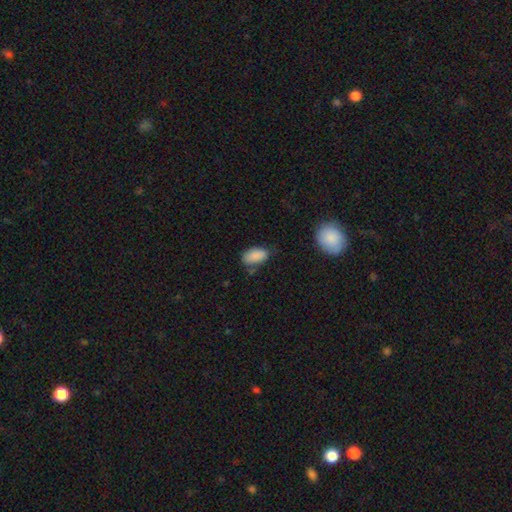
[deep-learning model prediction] Q: Smooth or featured?
A: smooth (88%); runner-up: star or artifact (8%)
Q: How rounded?
A: in between (94%); runner-up: round (4%)
Q: Merging?
A: none (67%); runner-up: minor disturbance (24%)